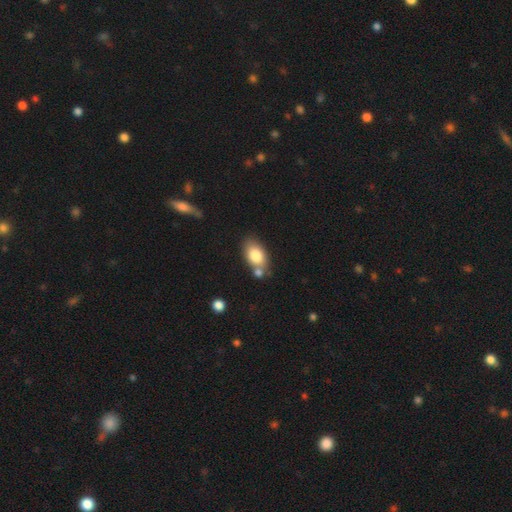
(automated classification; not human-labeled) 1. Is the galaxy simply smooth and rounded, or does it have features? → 80% smooth, 13% featured or disk, 8% star or artifact.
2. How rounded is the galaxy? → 88% in between, 9% round, 2% cigar-shaped.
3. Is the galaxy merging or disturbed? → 57% none, 24% merger, 15% minor disturbance, 4% major disturbance.